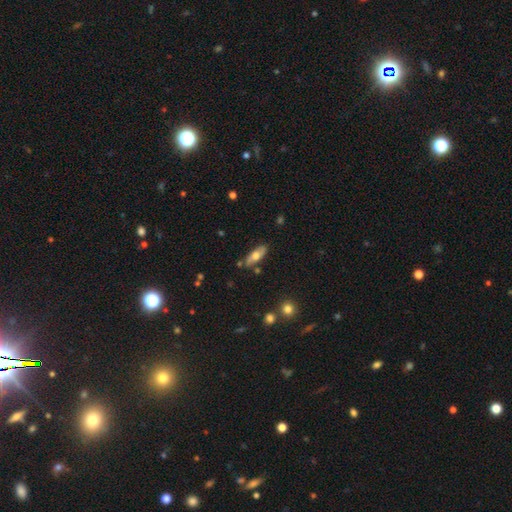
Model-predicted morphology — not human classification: smooth 59%, featured or disk 35%, star or artifact 6%. Down the decision tree: how rounded — in between (65%); merging — none (78%).